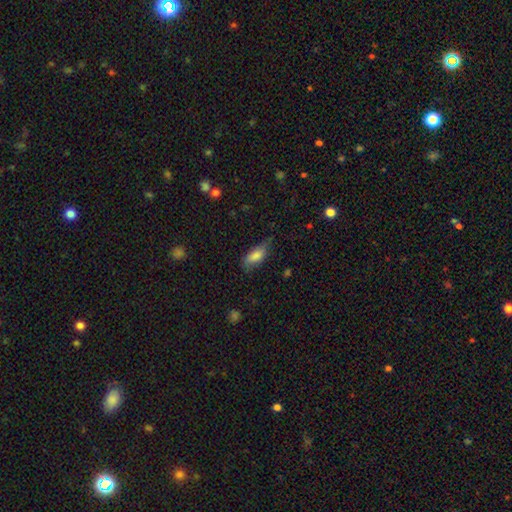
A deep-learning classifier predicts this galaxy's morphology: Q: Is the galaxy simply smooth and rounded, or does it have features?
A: smooth — 81%.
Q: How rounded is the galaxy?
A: in between — 83%.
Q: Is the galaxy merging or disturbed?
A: none — 57%.